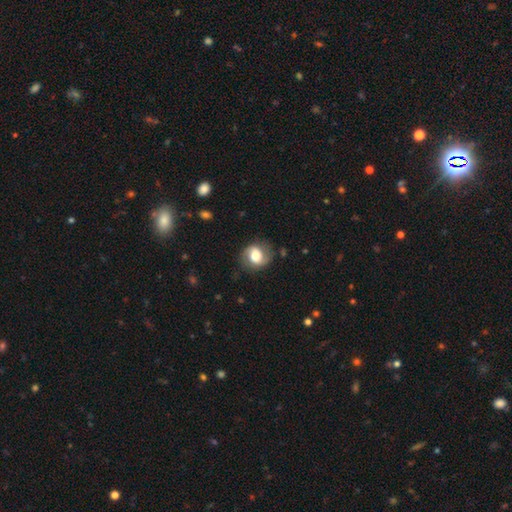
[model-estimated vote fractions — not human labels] This appears to be a smooth galaxy with no disk features (50%). Merging: none (78%).